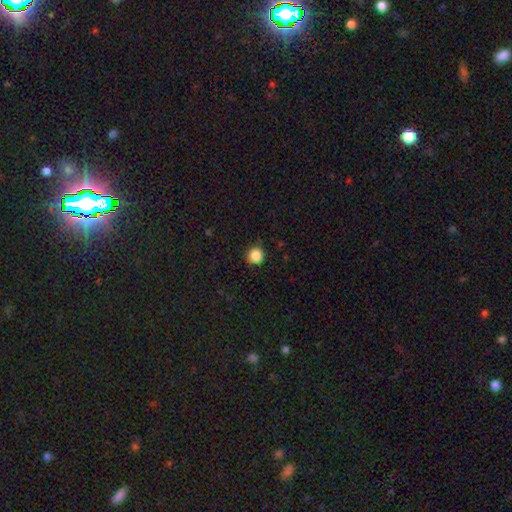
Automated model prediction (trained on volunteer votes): Q: Smooth or featured?
A: smooth (87%); runner-up: star or artifact (10%)
Q: How rounded?
A: round (94%); runner-up: in between (5%)
Q: Merging?
A: none (89%); runner-up: minor disturbance (8%)